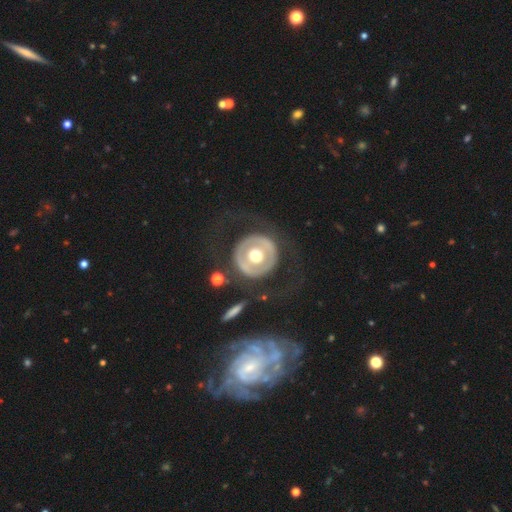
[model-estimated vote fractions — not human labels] Smooth or featured?
  - featured or disk: 55% *
  - smooth: 39%
  - star or artifact: 6%
Edge-on disk?
  - no: 94% *
  - yes: 6%
Bar?
  - no: 82% *
  - weak: 10%
  - strong: 7%
Spiral arms?
  - no: 89% *
  - yes: 11%
Bulge size?
  - moderate: 62% *
  - large: 30%
  - dominant: 3%
  - small: 3%
  - none: 1%
Merging?
  - none: 73% *
  - major disturbance: 13%
  - minor disturbance: 11%
  - merger: 3%